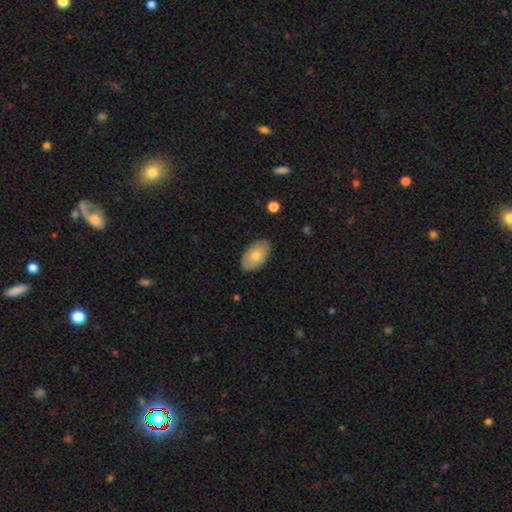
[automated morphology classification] type=smooth (74%); roundness=in between (94%); merging=none (85%).